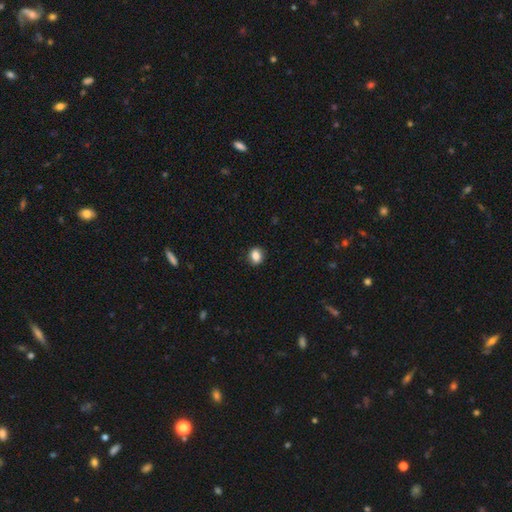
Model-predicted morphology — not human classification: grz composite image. It shows a smooth galaxy with no disk features (84%) that is round (63%). Merging: none (90%).